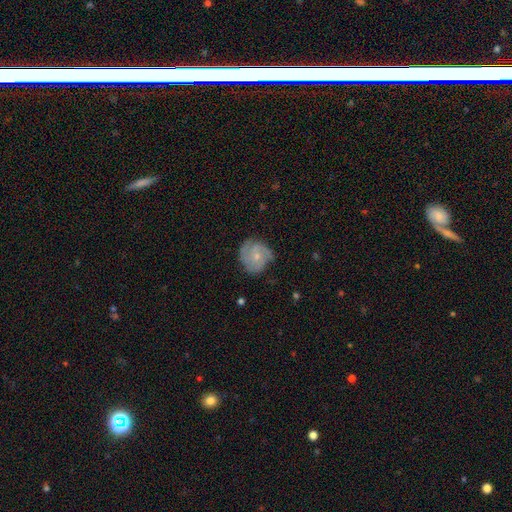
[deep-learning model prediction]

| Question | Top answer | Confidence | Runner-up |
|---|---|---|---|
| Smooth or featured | featured or disk | 66% | smooth (27%) |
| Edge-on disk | no | 98% | yes (2%) |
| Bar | no | 74% | weak (22%) |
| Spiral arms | yes | 90% | no (10%) |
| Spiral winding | tight | 47% | medium (41%) |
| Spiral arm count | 3 | 35% | 2 (28%) |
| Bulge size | small | 66% | moderate (28%) |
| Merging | none | 67% | minor disturbance (24%) |